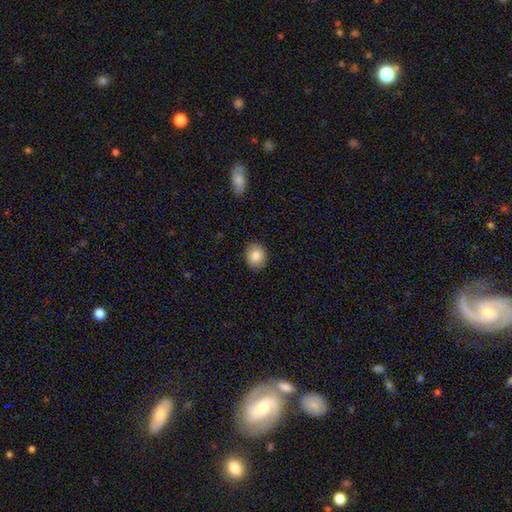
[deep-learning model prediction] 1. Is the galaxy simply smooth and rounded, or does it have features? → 85% smooth, 8% star or artifact, 7% featured or disk.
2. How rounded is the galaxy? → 52% round, 47% in between, 1% cigar-shaped.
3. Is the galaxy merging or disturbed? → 87% none, 10% minor disturbance, 2% major disturbance, 1% merger.